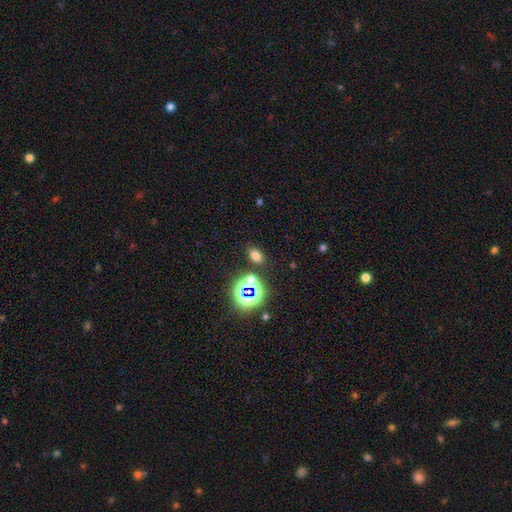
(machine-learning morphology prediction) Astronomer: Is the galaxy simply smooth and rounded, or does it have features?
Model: smooth — 66%.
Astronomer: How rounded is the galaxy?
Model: in between — 76%.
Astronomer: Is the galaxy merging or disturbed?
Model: none — 83%.